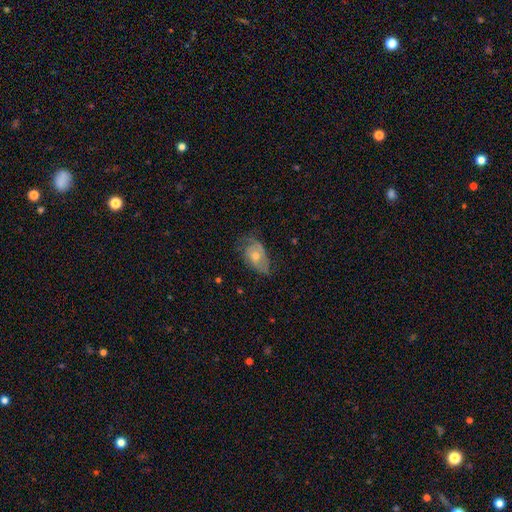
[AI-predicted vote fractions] This is possibly a featured or disk galaxy (58%). It is clearly not viewed edge-on (93%). Bar: likely no (75%). Spiral arm pattern: likely yes (74%). Central bulge: likely moderate (61%). Merging: possibly none (56%).